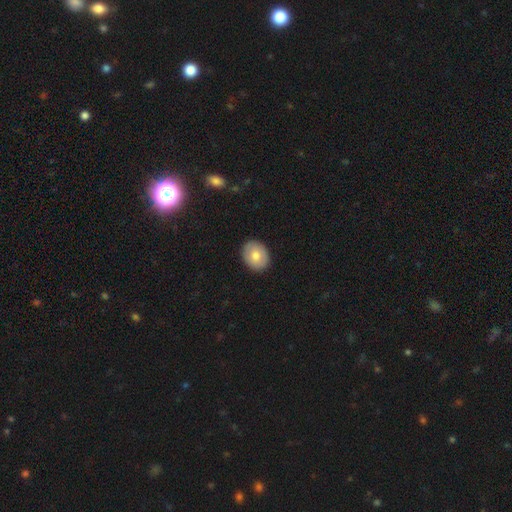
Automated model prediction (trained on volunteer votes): This is likely a smooth galaxy (75%). How rounded: possibly round (51%). Merging: clearly none (89%).